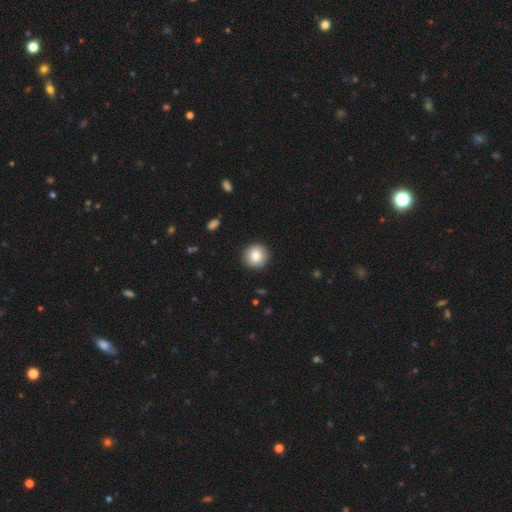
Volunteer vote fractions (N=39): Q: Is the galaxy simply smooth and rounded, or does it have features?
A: smooth — 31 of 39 (79%).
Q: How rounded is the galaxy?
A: round — 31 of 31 (100%).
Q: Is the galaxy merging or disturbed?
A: none — 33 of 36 (92%).